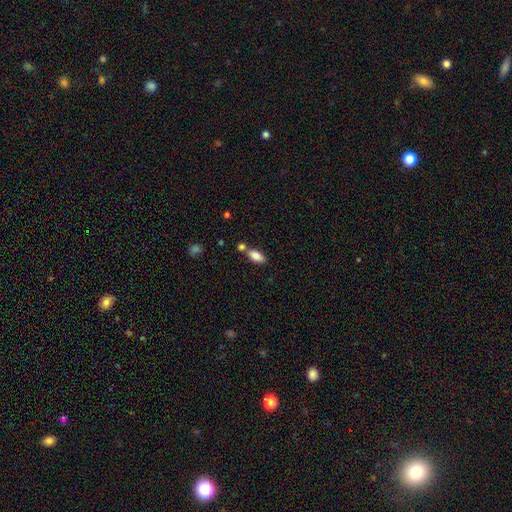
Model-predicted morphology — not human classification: smooth-or-featured: smooth: 84% | featured or disk: 9% | star or artifact: 7%
  how-rounded: in between: 90% | cigar-shaped: 6% | round: 3%
  merging: none: 65% | merger: 20% | minor disturbance: 12% | major disturbance: 3%